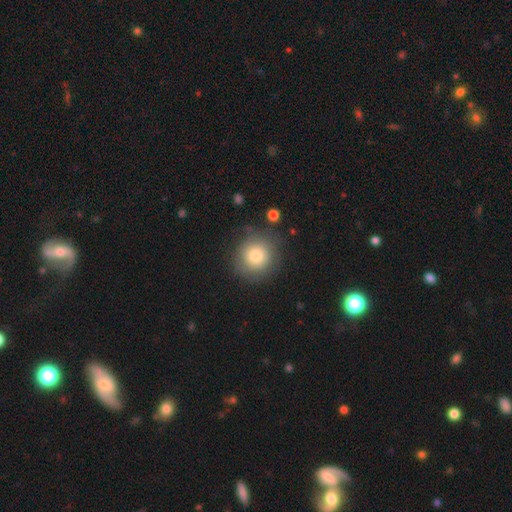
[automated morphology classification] smooth_or_featured: smooth (p=0.78) [alt: featured or disk p=0.12]
how_rounded: round (p=0.91) [alt: in between p=0.08]
merging: none (p=0.81) [alt: minor disturbance p=0.13]